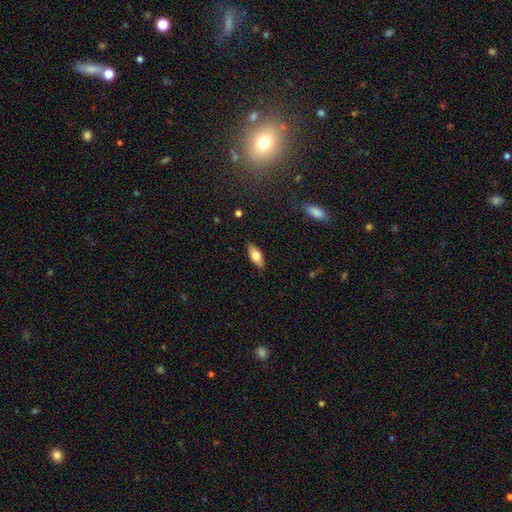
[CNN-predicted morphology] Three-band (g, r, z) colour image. It shows a smooth galaxy with no disk features (68%) that is in between round and cigar-shaped (80%). Merging: none (86%).